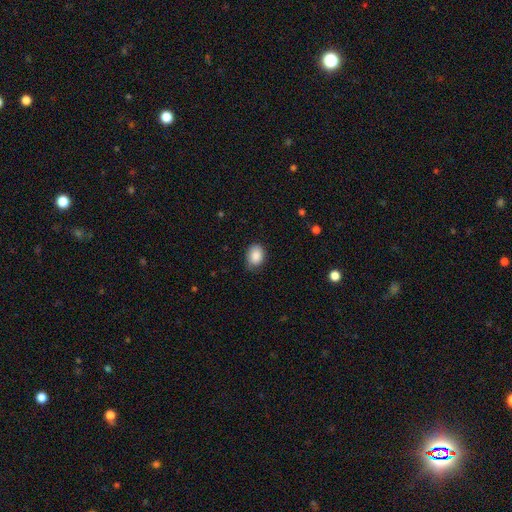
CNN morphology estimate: smooth 88%, star or artifact 7%, featured or disk 5%. Down the decision tree: how rounded — in between (69%); merging — none (76%).